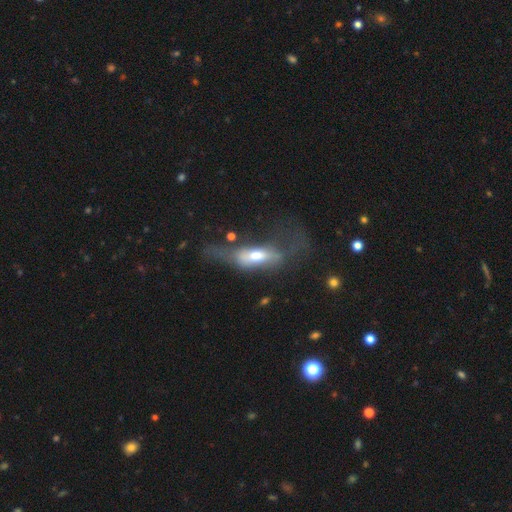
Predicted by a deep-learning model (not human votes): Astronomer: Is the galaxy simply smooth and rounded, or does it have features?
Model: featured or disk — 47% (runner-up: smooth, 45%).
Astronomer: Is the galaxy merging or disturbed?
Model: major disturbance — 54%.